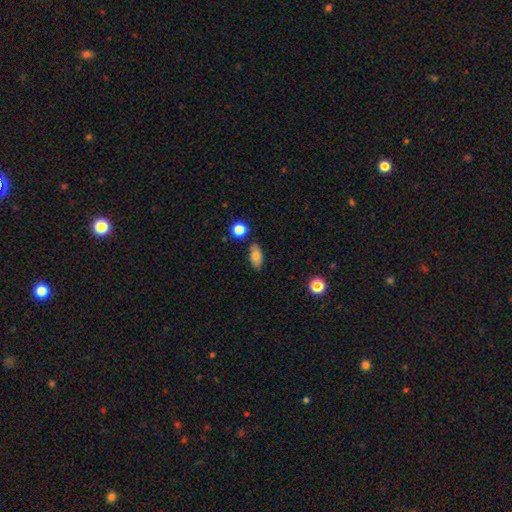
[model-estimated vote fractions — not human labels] Overall: smooth (79%). How rounded: in between (88%). Merging: none (81%).